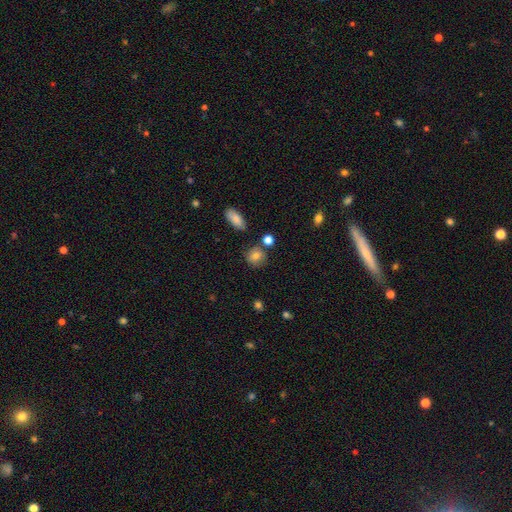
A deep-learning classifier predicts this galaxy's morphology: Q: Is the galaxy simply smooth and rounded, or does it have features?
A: smooth — 78%.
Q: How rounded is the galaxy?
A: round — 81%.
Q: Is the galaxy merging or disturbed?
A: none — 76%.